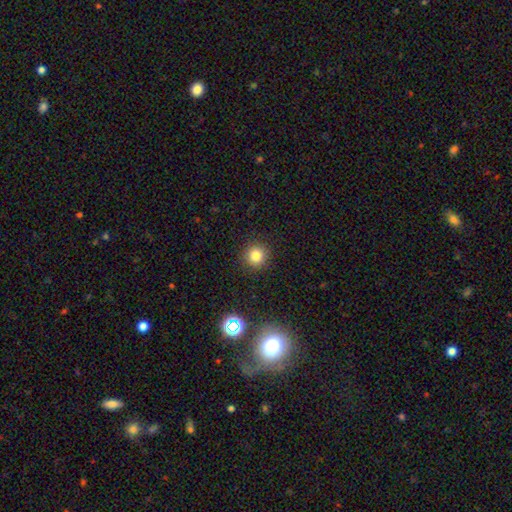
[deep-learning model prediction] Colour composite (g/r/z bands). It shows a smooth galaxy with no disk features (81%) that is round (94%). Merging: none (91%).